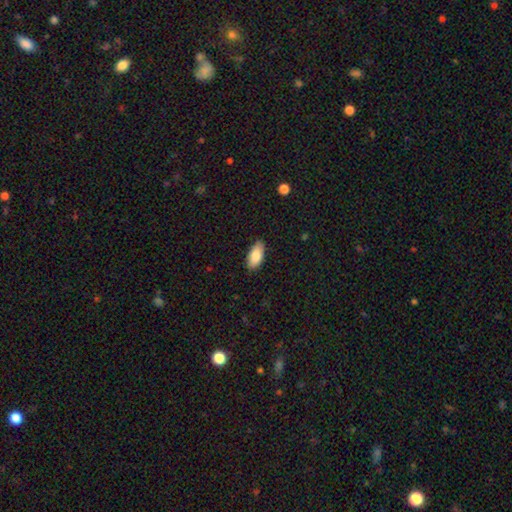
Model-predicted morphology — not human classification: smooth-or-featured: smooth: 84% | featured or disk: 10% | star or artifact: 6%
  how-rounded: in between: 91% | cigar-shaped: 7% | round: 2%
  merging: none: 86% | minor disturbance: 11% | major disturbance: 2% | merger: 1%